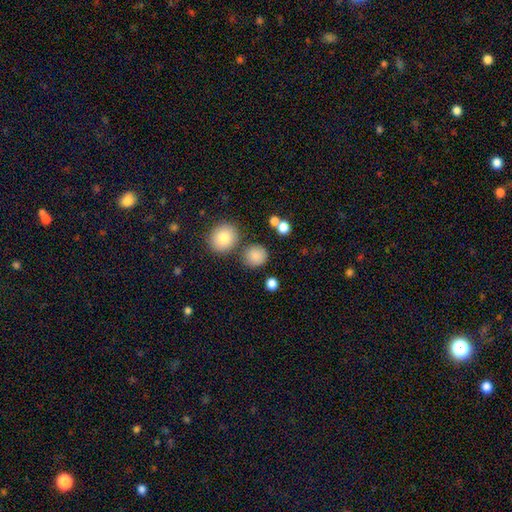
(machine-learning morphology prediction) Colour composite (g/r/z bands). It shows a smooth galaxy with no disk features (84%) that is round (88%). Merging: none (80%).